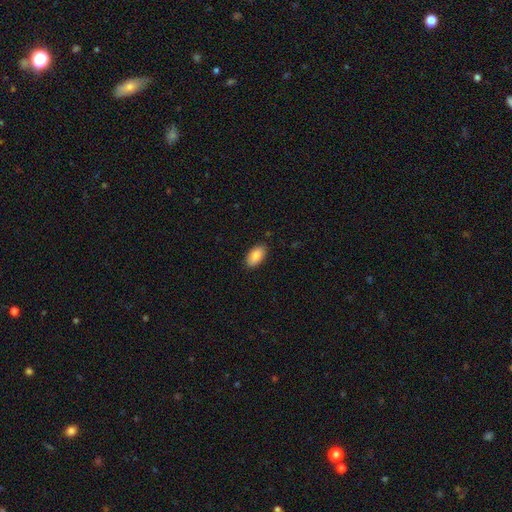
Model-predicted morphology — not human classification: A smooth galaxy with no disk features (86%) that is in between round and cigar-shaped (95%). Merging: none (88%).